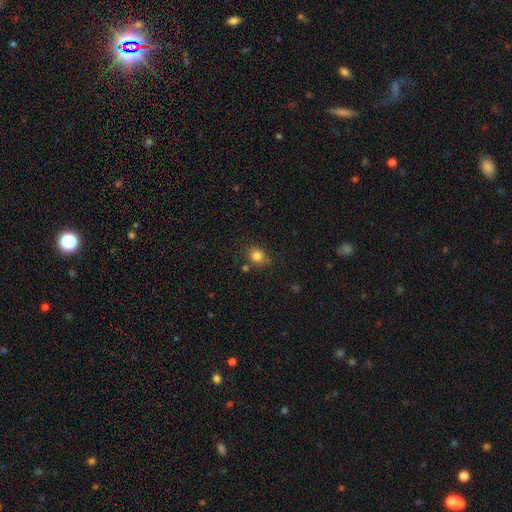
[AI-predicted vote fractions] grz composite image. It shows a smooth galaxy with no disk features (83%) that is round (69%). Merging: none (75%).